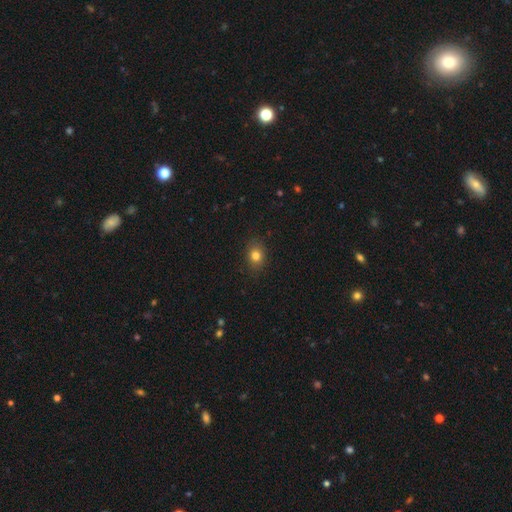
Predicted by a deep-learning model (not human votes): Overall: smooth (80%). How rounded: round (52%; in between 47%). Merging: none (88%).